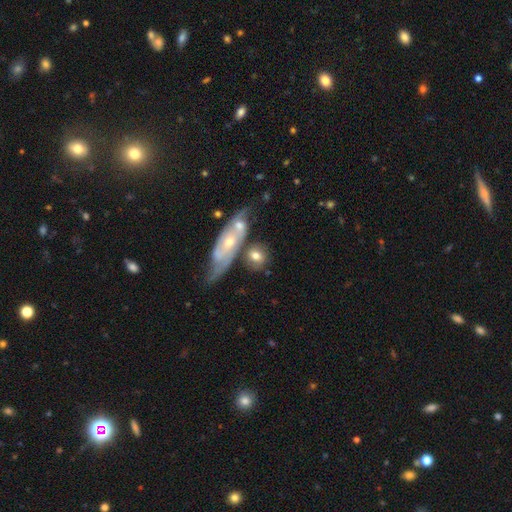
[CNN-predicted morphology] smooth_or_featured: smooth (p=0.65) [alt: featured or disk p=0.28]
how_rounded: round (p=0.61) [alt: in between p=0.32]
merging: none (p=0.48) [alt: merger p=0.31]